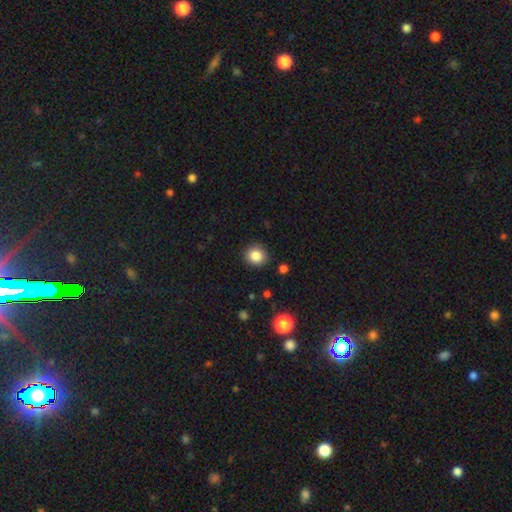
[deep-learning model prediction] A smooth galaxy with no disk features (85%) that is round (86%). Merging: none (88%).